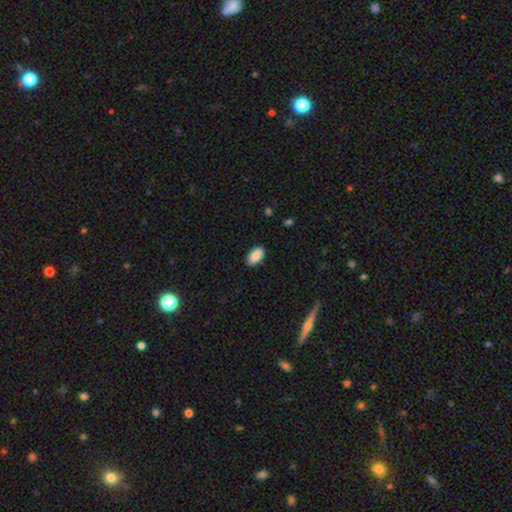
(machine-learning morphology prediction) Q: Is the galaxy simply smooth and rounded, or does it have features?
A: smooth — 89%.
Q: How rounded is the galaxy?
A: in between — 94%.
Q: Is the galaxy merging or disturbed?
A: none — 88%.